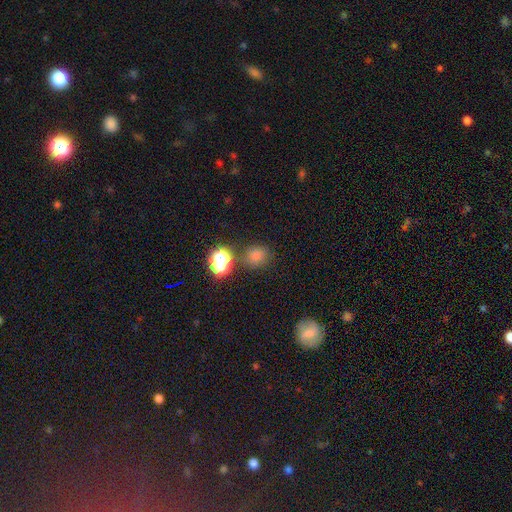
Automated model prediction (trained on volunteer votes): Smooth or featured: smooth — 69% (star or artifact — 24%)
How rounded: round — 82% (in between — 17%)
Merging: none — 79% (minor disturbance — 10%)